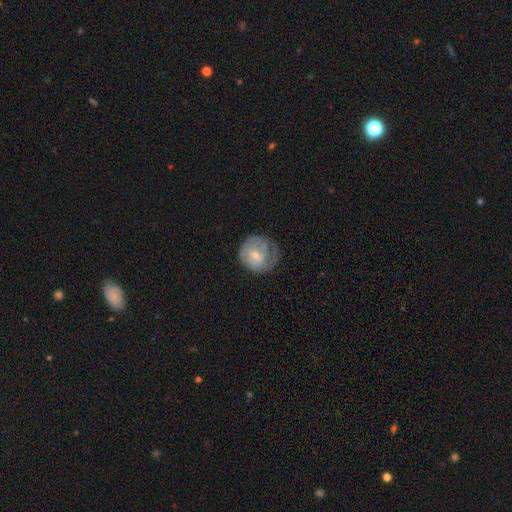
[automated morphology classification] A featured or disk galaxy (48%).

Vote fractions:
- Smooth or featured? featured or disk: 48% / smooth: 45% / star or artifact: 7%
- Merging? none: 47% / minor disturbance: 29% / major disturbance: 23% / merger: 2%